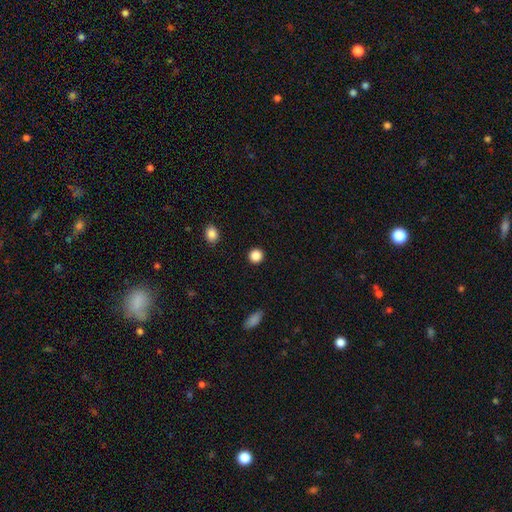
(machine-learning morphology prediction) Smooth or featured?
  - smooth: 87% *
  - star or artifact: 10%
  - featured or disk: 3%
How rounded?
  - round: 94% *
  - in between: 5%
  - cigar-shaped: 1%
Merging?
  - none: 92% *
  - minor disturbance: 5%
  - major disturbance: 2%
  - merger: 1%